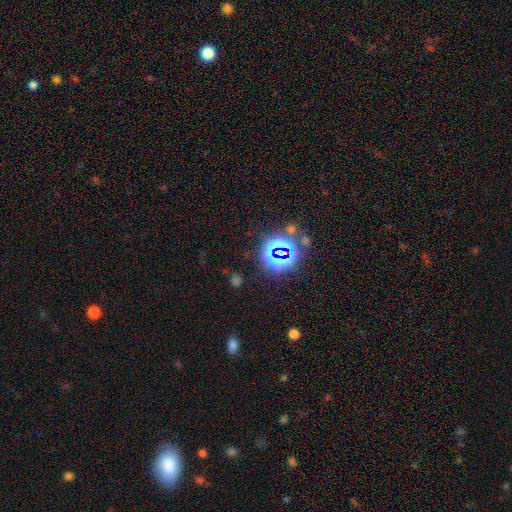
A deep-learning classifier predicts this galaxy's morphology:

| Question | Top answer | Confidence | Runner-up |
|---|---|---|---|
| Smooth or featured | star or artifact | 74% | smooth (17%) |